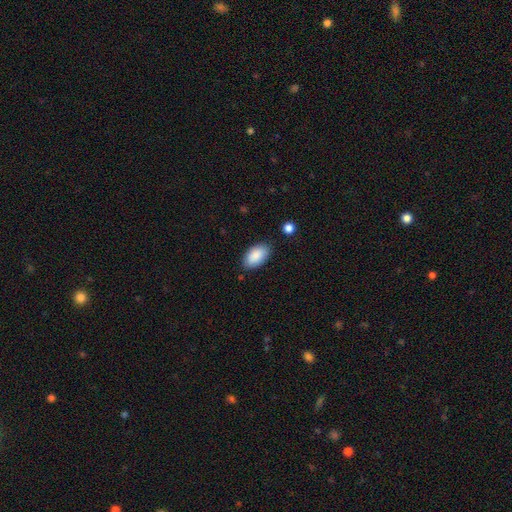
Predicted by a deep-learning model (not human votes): smooth_or_featured: smooth (p=0.88) [alt: star or artifact p=0.06]
how_rounded: in between (p=0.95) [alt: round p=0.03]
merging: none (p=0.83) [alt: minor disturbance p=0.12]